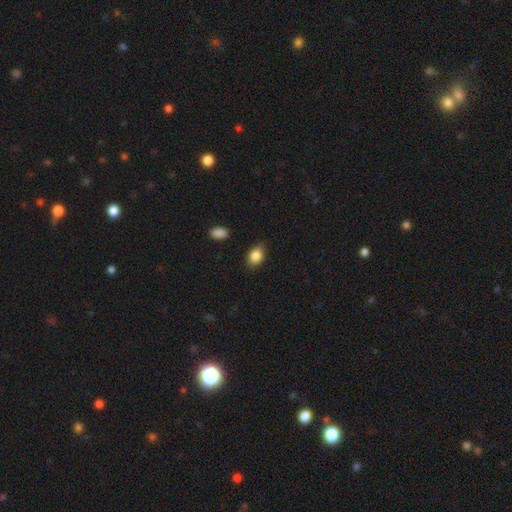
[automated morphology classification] smooth-or-featured: smooth: 85% | star or artifact: 8% | featured or disk: 7%
  how-rounded: in between: 82% | round: 17% | cigar-shaped: 2%
  merging: none: 82% | minor disturbance: 14% | major disturbance: 3% | merger: 2%